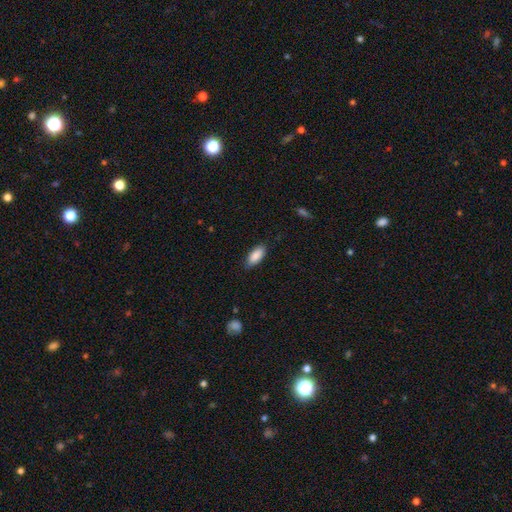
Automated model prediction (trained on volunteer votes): Morphology: type=smooth (89%); roundness=in between (87%); merging=none (84%).